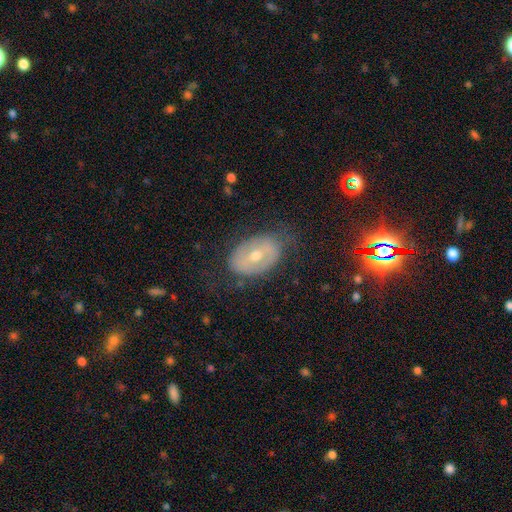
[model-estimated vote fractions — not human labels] Smooth or featured?
  - featured or disk: 54% *
  - smooth: 36%
  - star or artifact: 10%
Edge-on disk?
  - no: 92% *
  - yes: 8%
Merging?
  - none: 68% *
  - minor disturbance: 21%
  - major disturbance: 9%
  - merger: 1%